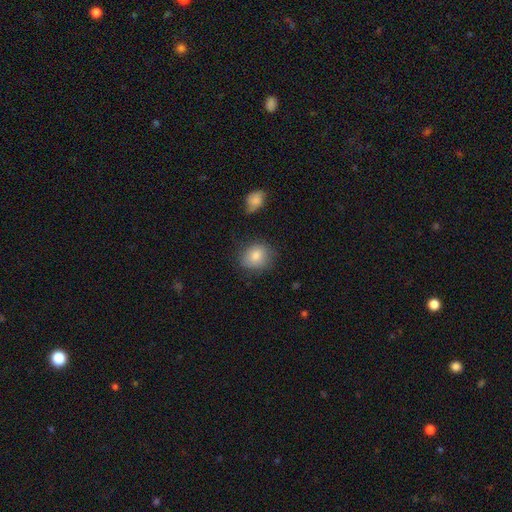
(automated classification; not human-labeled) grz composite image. It shows a smooth galaxy with no disk features (82%) that is round (64%). Merging: none (78%).